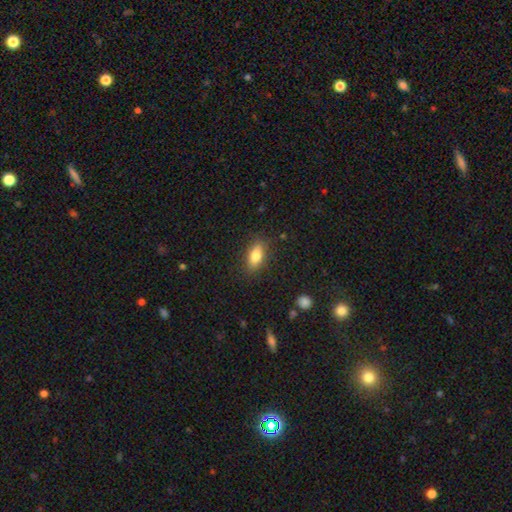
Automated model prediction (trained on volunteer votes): Smooth or featured?
  - smooth: 80% *
  - featured or disk: 12%
  - star or artifact: 8%
How rounded?
  - in between: 83% *
  - cigar-shaped: 12%
  - round: 5%
Merging?
  - none: 85% *
  - minor disturbance: 11%
  - major disturbance: 3%
  - merger: 1%